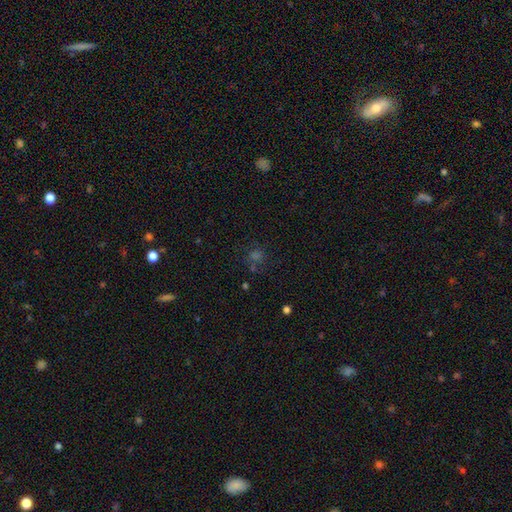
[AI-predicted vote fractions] smooth-or-featured: star or artifact: 44% | smooth: 43% | featured or disk: 13%